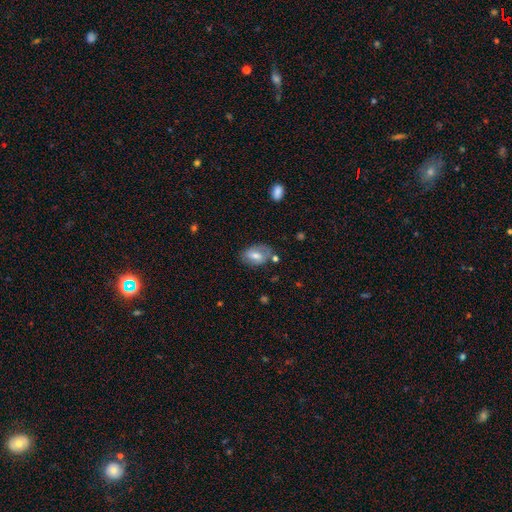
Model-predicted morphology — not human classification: Smooth or featured?
  - smooth: 60% *
  - featured or disk: 32%
  - star or artifact: 8%
How rounded?
  - in between: 86% *
  - round: 12%
  - cigar-shaped: 2%
Merging?
  - none: 64% *
  - minor disturbance: 23%
  - major disturbance: 7%
  - merger: 6%